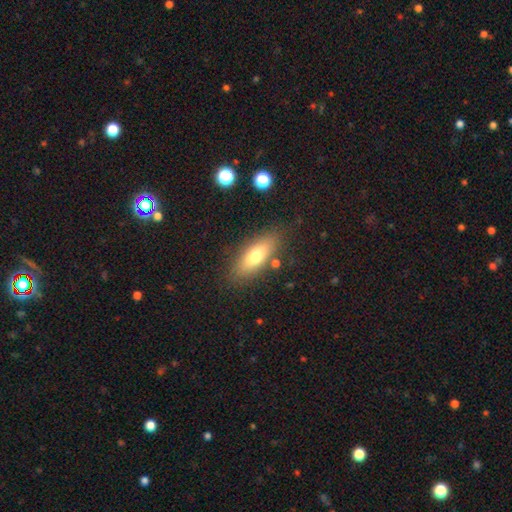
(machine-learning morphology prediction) smooth 69%, featured or disk 23%, star or artifact 8%. Down the decision tree: how rounded — in between (67%); merging — none (83%).